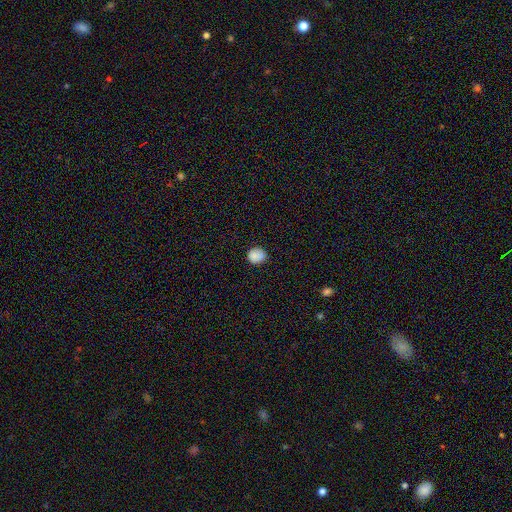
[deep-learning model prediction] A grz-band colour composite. It shows a smooth galaxy with no disk features (88%) that is round (79%). Merging: none (86%).